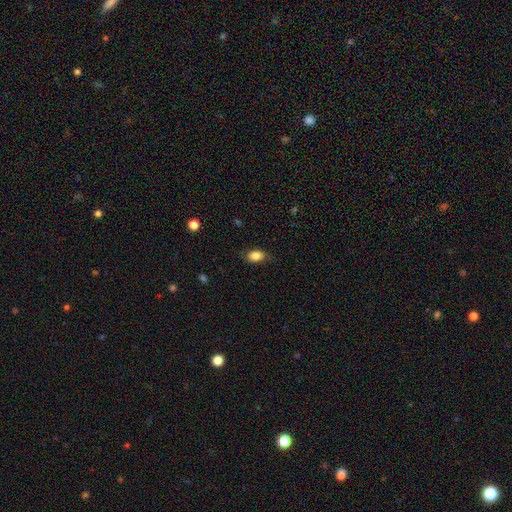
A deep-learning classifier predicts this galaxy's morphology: A smooth galaxy with no disk features (85%) that is in between round and cigar-shaped (82%). Merging: none (76%).